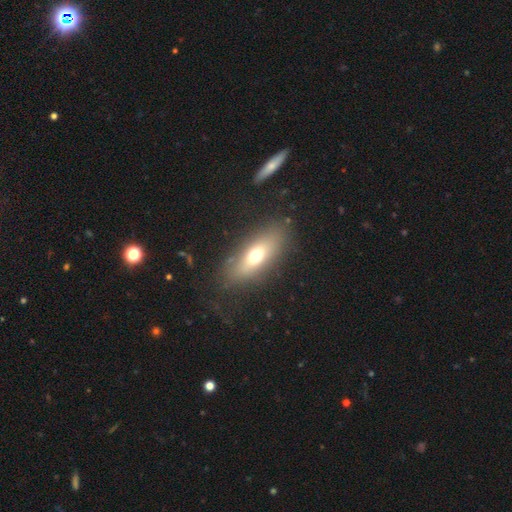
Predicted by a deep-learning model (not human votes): Q: Smooth or featured?
A: smooth (62%); runner-up: featured or disk (28%)
Q: How rounded?
A: in between (70%); runner-up: cigar-shaped (24%)
Q: Merging?
A: none (81%); runner-up: minor disturbance (12%)